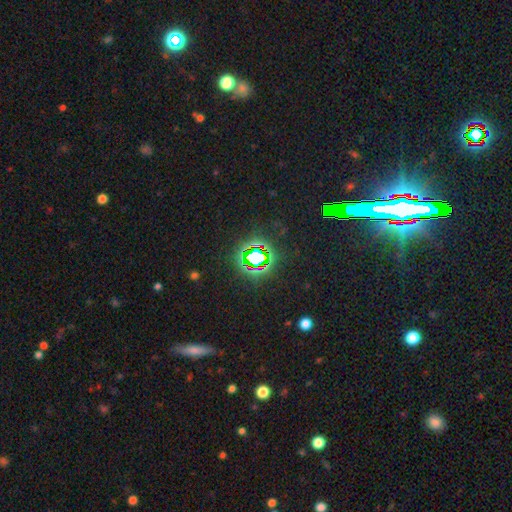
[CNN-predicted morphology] star or artifact 78%, smooth 12%, featured or disk 10%.